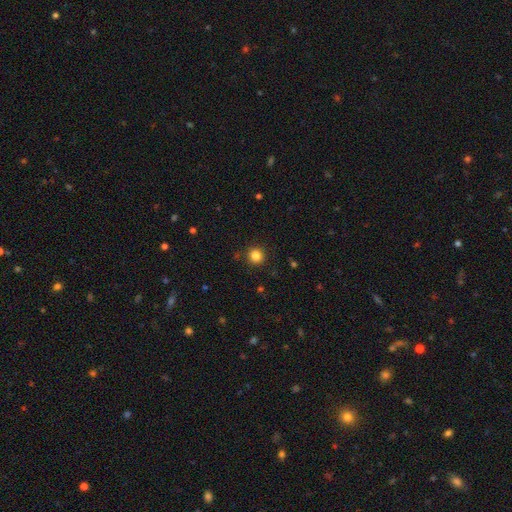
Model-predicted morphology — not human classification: A smooth galaxy with no disk features (83%) that is round (94%). Merging: none (90%).